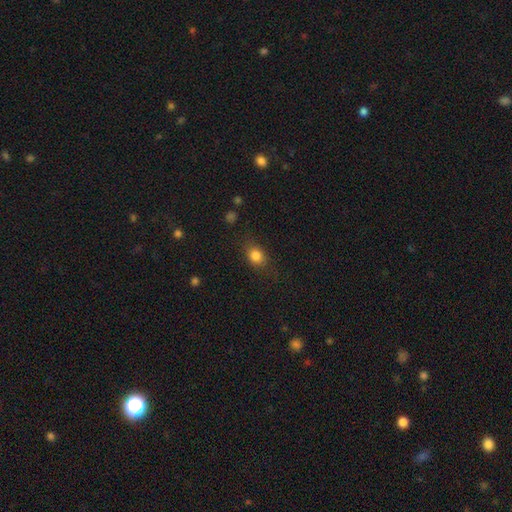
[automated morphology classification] smooth 82%, star or artifact 11%, featured or disk 7%. Down the decision tree: how rounded — in between (50%); merging — none (77%).